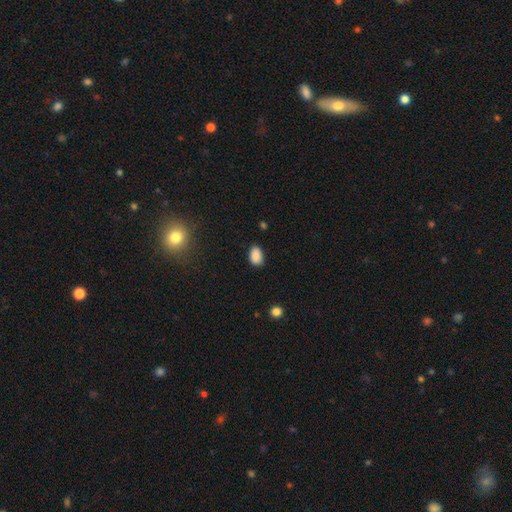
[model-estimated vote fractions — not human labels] Morphology: type=smooth (87%); roundness=in between (87%); merging=none (82%).